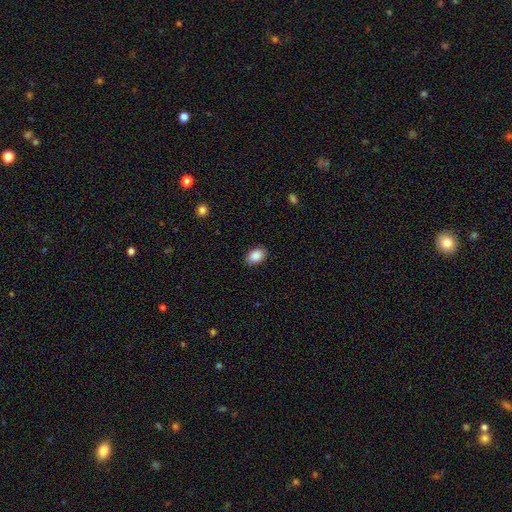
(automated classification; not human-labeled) This is clearly a smooth galaxy (90%). How rounded: clearly in between (86%). Merging: clearly none (88%).